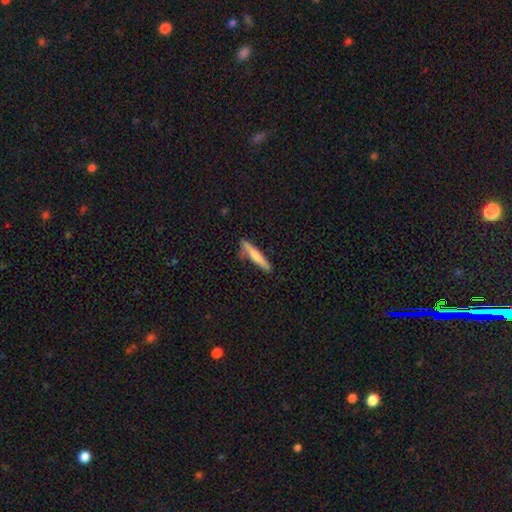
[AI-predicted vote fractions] Smooth or featured?
  - smooth: 71% *
  - featured or disk: 24%
  - star or artifact: 5%
How rounded?
  - cigar-shaped: 91% *
  - in between: 7%
  - round: 1%
Merging?
  - none: 75% *
  - minor disturbance: 18%
  - merger: 4%
  - major disturbance: 4%